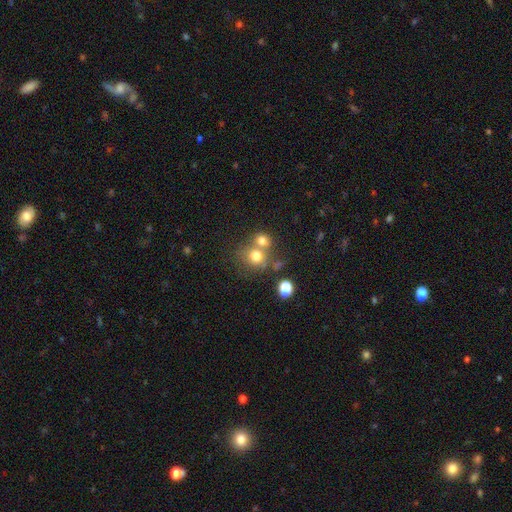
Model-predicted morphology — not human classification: smooth-or-featured: smooth: 73% | star or artifact: 14% | featured or disk: 13%
  how-rounded: round: 78% | in between: 21% | cigar-shaped: 1%
  merging: none: 43% (tied) | merger: 43% (tied) | minor disturbance: 9% | major disturbance: 5%